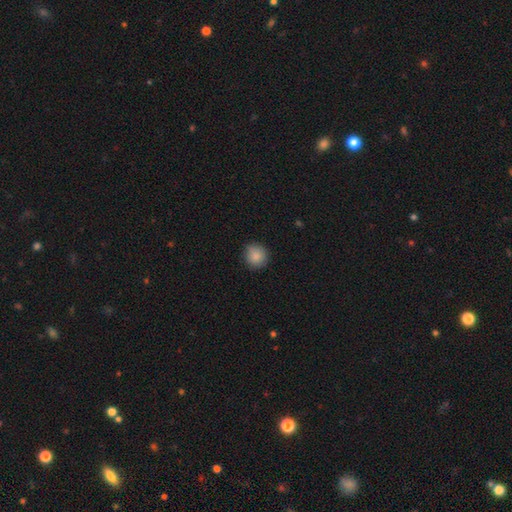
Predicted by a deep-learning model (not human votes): smooth 87%, star or artifact 9%, featured or disk 4%. Down the decision tree: how rounded — round (91%); merging — none (83%).